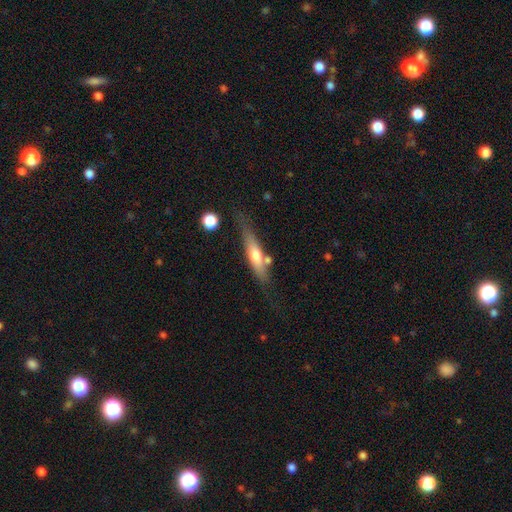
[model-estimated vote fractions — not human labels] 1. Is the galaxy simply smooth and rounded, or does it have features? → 50% smooth, 44% featured or disk, 6% star or artifact.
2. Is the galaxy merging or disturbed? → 60% none, 21% minor disturbance, 11% merger, 7% major disturbance.